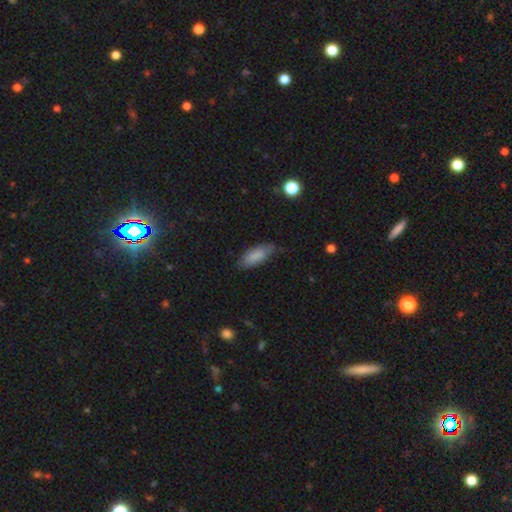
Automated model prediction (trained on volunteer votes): smooth 82%, featured or disk 11%, star or artifact 6%. Down the decision tree: how rounded — in between (76%); merging — none (66%).